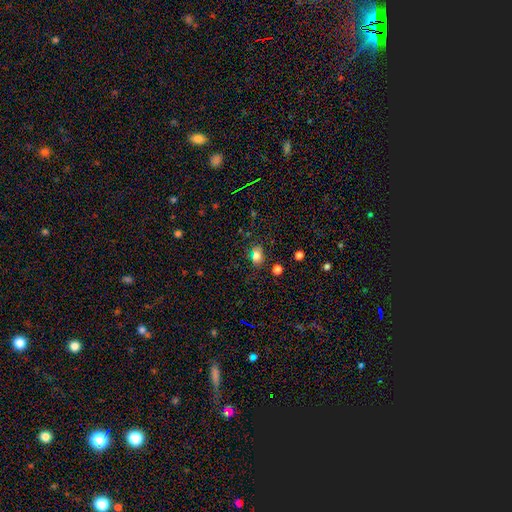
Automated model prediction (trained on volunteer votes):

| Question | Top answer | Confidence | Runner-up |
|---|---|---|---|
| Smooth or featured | smooth | 75% | star or artifact (17%) |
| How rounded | in between | 67% | round (31%) |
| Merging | none | 79% | minor disturbance (14%) |